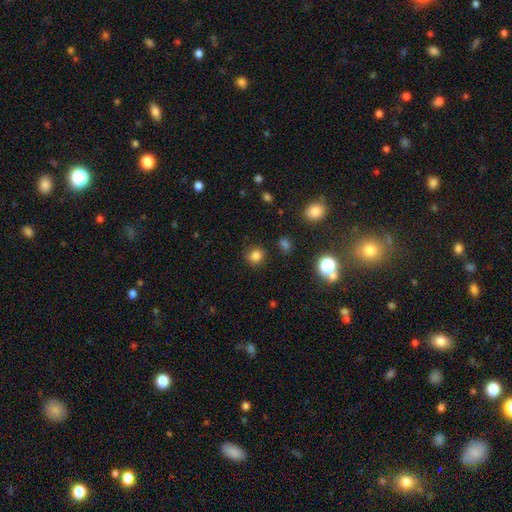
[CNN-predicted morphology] Overall: smooth (81%). How rounded: round (83%). Merging: none (87%).